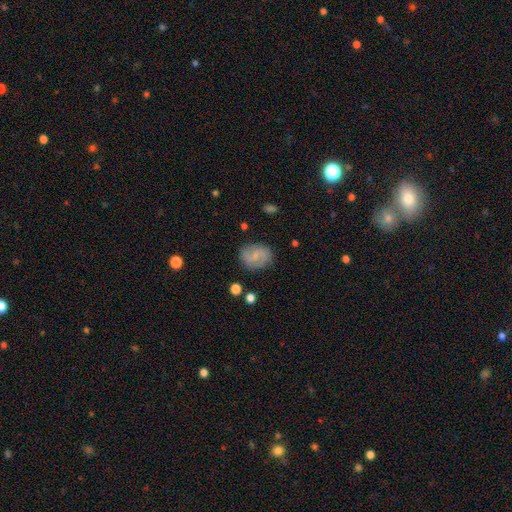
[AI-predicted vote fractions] This appears to be a featured or disk galaxy (55%) with a weak bar (51%), spiral arms (89%) and a small central bulge (54%). Merging: none (81%).